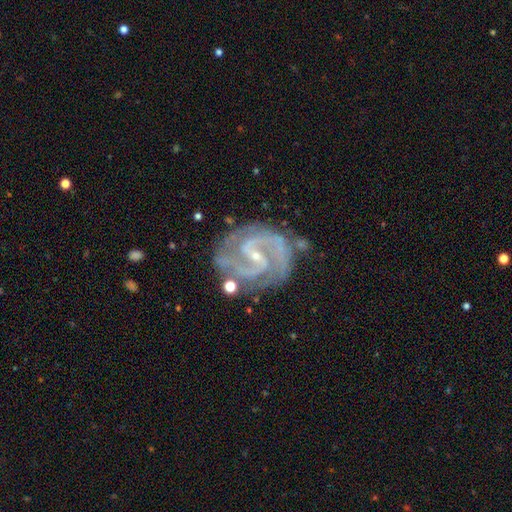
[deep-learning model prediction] Q: Smooth or featured?
A: featured or disk (92%); runner-up: star or artifact (5%)
Q: Edge-on disk?
A: no (98%); runner-up: yes (2%)
Q: Bar?
A: weak (43%); runner-up: no (29%)
Q: Spiral arms?
A: yes (98%); runner-up: no (2%)
Q: Spiral winding?
A: medium (51%); runner-up: tight (41%)
Q: Spiral arm count?
A: 2 (80%); runner-up: 3 (9%)
Q: Bulge size?
A: small (82%); runner-up: moderate (14%)
Q: Merging?
A: none (69%); runner-up: minor disturbance (19%)